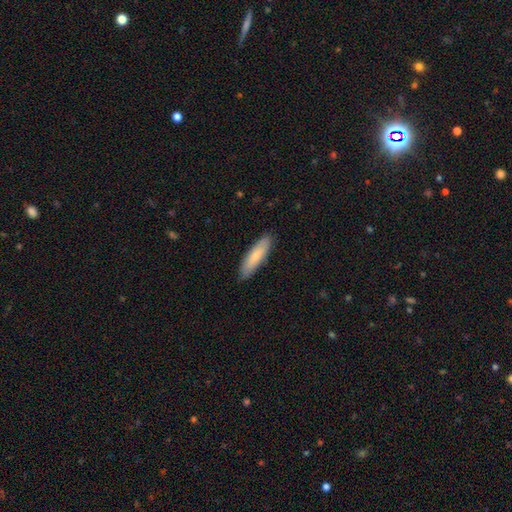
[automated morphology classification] Smooth or featured: smooth — 78% (featured or disk — 17%)
How rounded: cigar-shaped — 65% (in between — 34%)
Merging: none — 88% (minor disturbance — 10%)